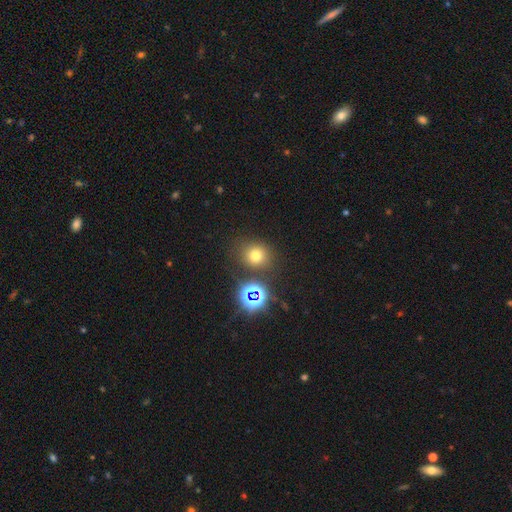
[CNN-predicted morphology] smooth 67%, star or artifact 25%, featured or disk 8%. Down the decision tree: how rounded — round (81%); merging — none (80%).